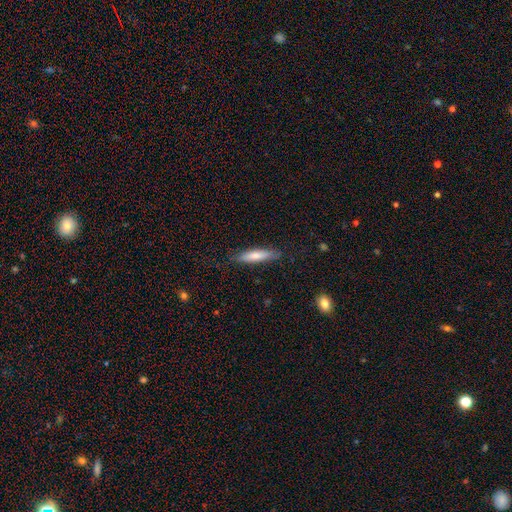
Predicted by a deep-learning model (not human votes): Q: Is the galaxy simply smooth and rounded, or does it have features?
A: smooth — 71%.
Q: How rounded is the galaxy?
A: cigar-shaped — 81%.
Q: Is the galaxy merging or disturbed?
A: none — 84%.